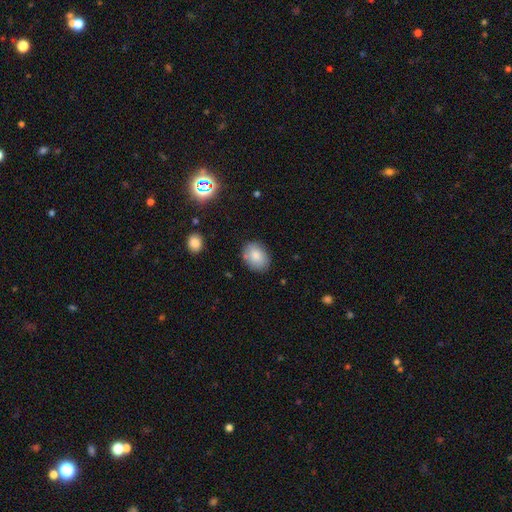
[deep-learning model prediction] Morphology: type=smooth (82%); roundness=in between (72%); merging=none (82%).